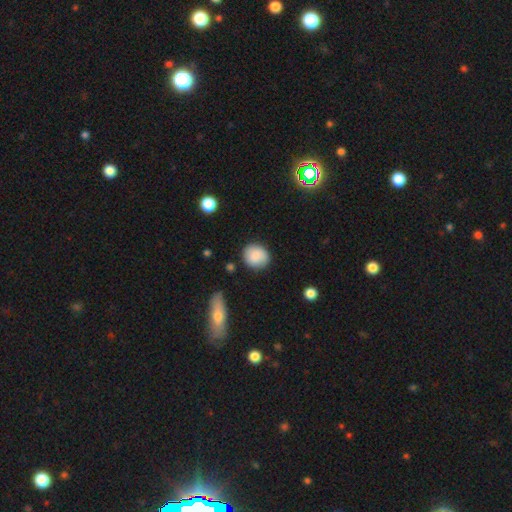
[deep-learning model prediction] Smooth or featured? smooth (87%)
How rounded? round (82%)
Merging? none (83%)